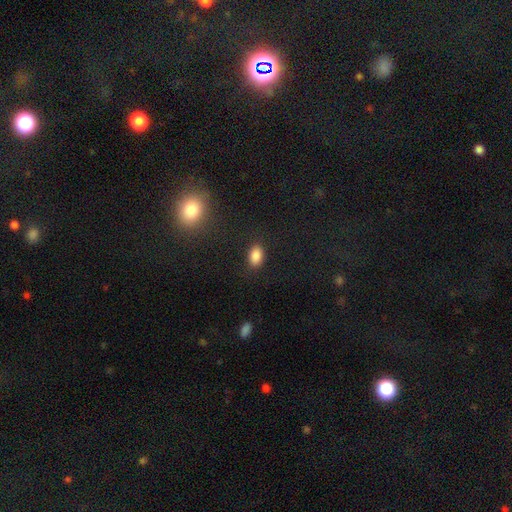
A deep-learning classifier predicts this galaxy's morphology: Smooth or featured: smooth — 86% (star or artifact — 9%)
How rounded: in between — 88% (round — 10%)
Merging: none — 86% (minor disturbance — 10%)